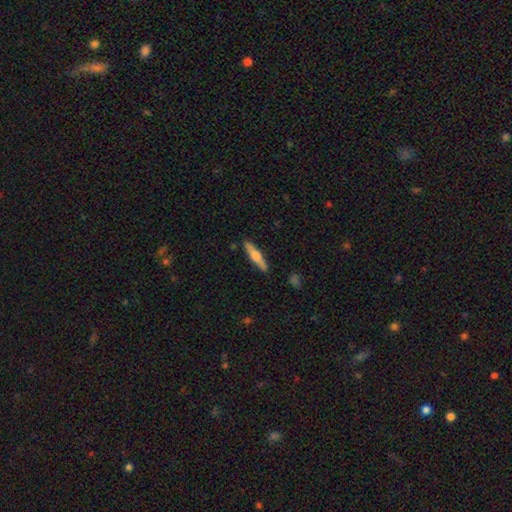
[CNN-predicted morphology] Smooth or featured?
  - smooth: 48% *
  - featured or disk: 47%
  - star or artifact: 5%
Merging?
  - none: 89% *
  - minor disturbance: 8%
  - major disturbance: 2%
  - merger: 1%